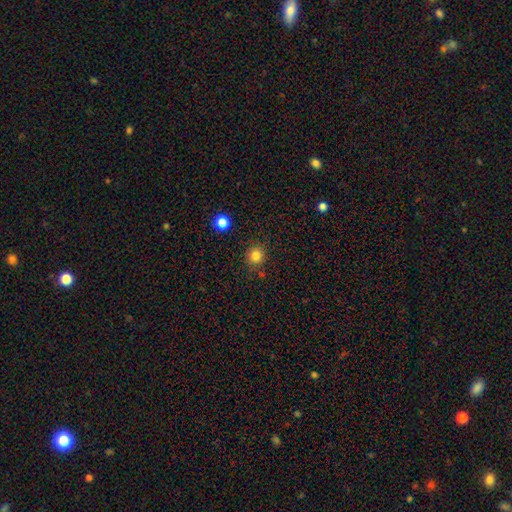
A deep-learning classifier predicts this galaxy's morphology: Smooth or featured? smooth (83%)
How rounded? round (91%)
Merging? none (86%)